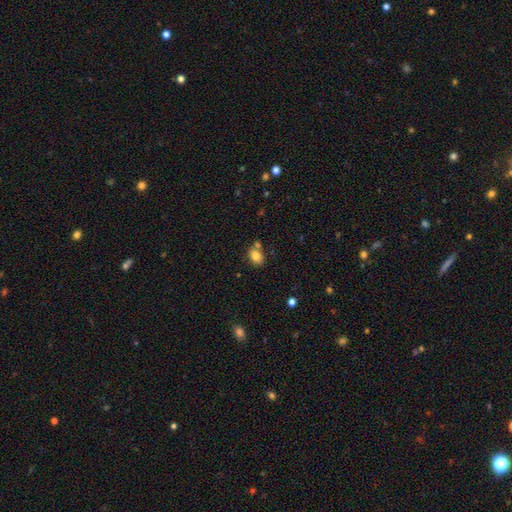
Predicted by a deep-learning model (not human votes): Smooth or featured?
  - smooth: 83% *
  - star or artifact: 10%
  - featured or disk: 7%
How rounded?
  - in between: 66% *
  - round: 33%
  - cigar-shaped: 1%
Merging?
  - none: 67% *
  - merger: 17%
  - minor disturbance: 13%
  - major disturbance: 3%